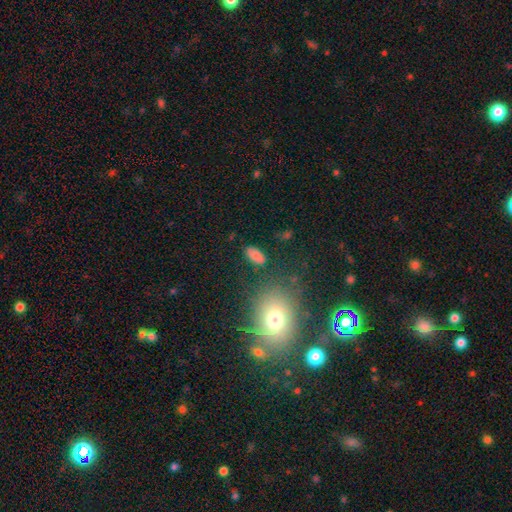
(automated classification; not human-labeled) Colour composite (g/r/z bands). It shows a smooth galaxy with no disk features (80%) that is in between round and cigar-shaped (92%). Merging: none (79%).